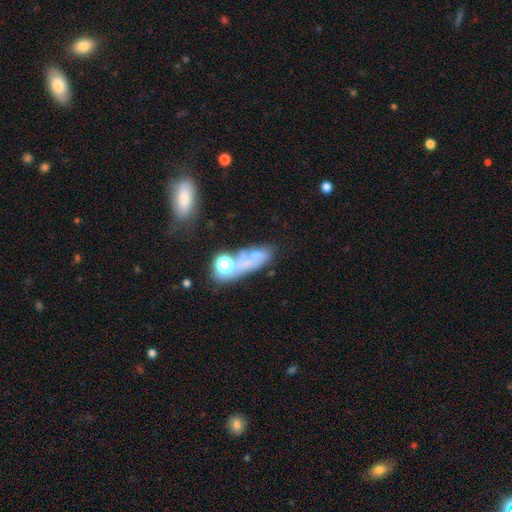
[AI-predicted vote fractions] A smooth galaxy with no disk features (46%).

Vote fractions:
- Smooth or featured? smooth: 46% / featured or disk: 28% / star or artifact: 25%
- Merging? none: 39% / merger: 25% / major disturbance: 18% / minor disturbance: 18%